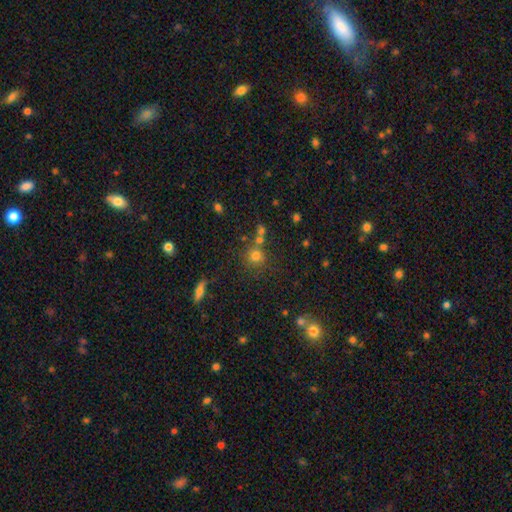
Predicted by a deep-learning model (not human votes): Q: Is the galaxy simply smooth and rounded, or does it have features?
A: smooth — 73%.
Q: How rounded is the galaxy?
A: round — 88%.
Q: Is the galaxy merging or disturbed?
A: none — 64%.